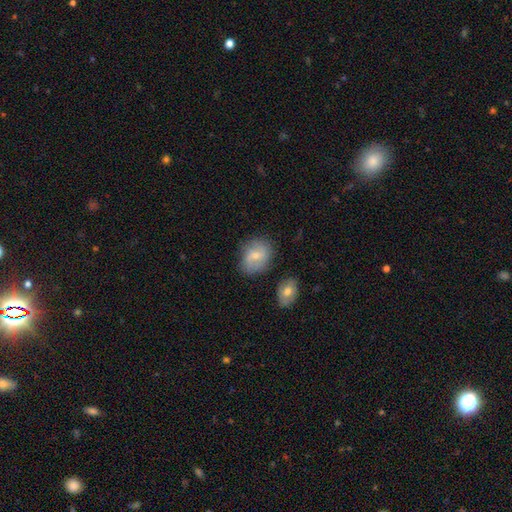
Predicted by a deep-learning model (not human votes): smooth_or_featured: smooth (p=0.54) [alt: featured or disk p=0.38]
how_rounded: in between (p=0.59) [alt: round p=0.39]
merging: none (p=0.73) [alt: minor disturbance p=0.17]